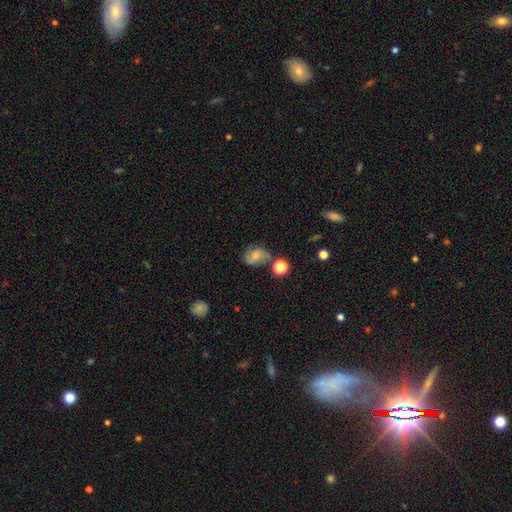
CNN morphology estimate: This is likely a smooth galaxy (64%). How rounded: likely in between (65%). Merging: possibly none (48%).